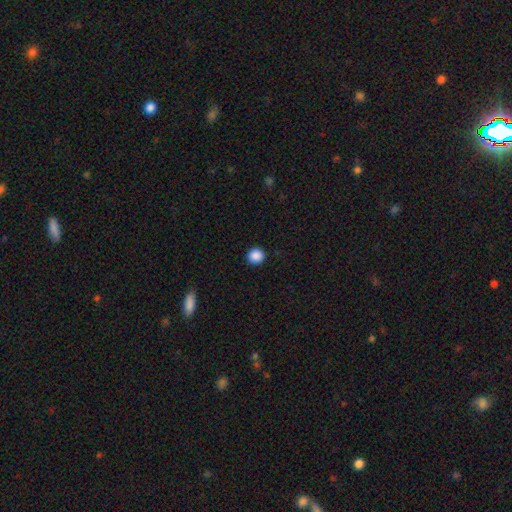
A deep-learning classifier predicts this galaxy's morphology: Smooth or featured?
  - smooth: 88% *
  - star or artifact: 9%
  - featured or disk: 2%
How rounded?
  - round: 92% *
  - in between: 7%
  - cigar-shaped: 1%
Merging?
  - none: 93% *
  - minor disturbance: 5%
  - major disturbance: 2%
  - merger: 1%